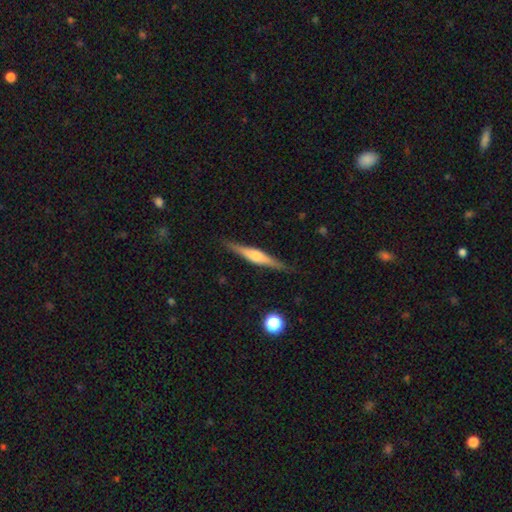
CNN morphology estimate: A featured or disk galaxy (72%) viewed edge-on (98%) with a rounded central bulge (84%).

Vote fractions:
- Smooth or featured? featured or disk: 72% / smooth: 22% / star or artifact: 6%
- Edge-on disk? yes: 98% / no: 2%
- Edge-on bulge? rounded: 84% / boxy: 11% / none: 5%
- Merging? none: 89% / minor disturbance: 8% / major disturbance: 2% / merger: 1%